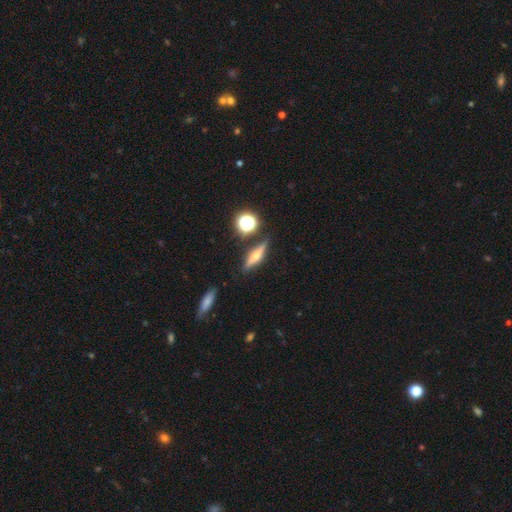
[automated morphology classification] Smooth or featured?
  - featured or disk: 51% *
  - smooth: 36%
  - star or artifact: 13%
Edge-on disk?
  - yes: 93% *
  - no: 7%
Merging?
  - none: 83% *
  - minor disturbance: 10%
  - merger: 4%
  - major disturbance: 3%